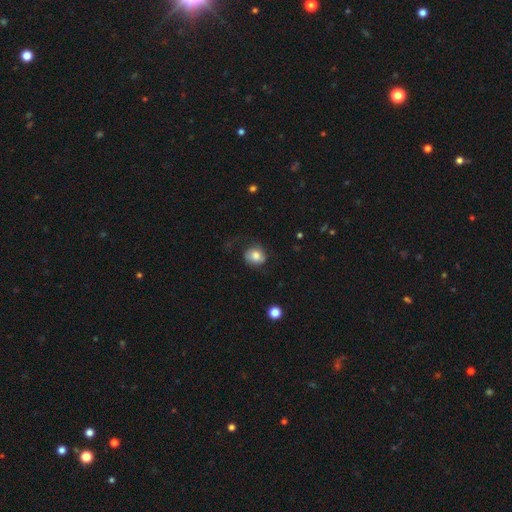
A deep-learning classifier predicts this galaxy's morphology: Smooth or featured? Predicted: smooth (p=0.73). How rounded? Predicted: round (p=0.67). Merging? Predicted: none (p=0.64).